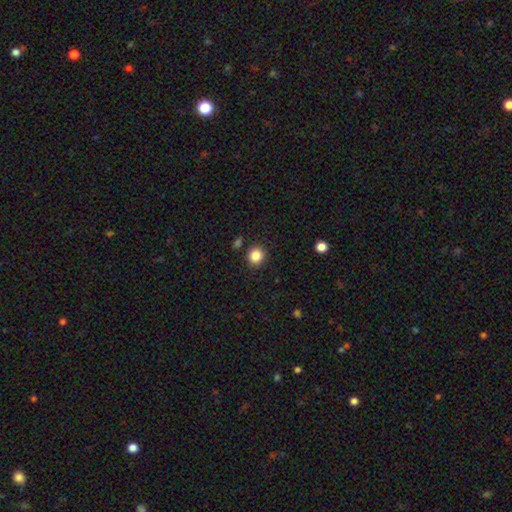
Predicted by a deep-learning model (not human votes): This is clearly a smooth galaxy (86%). How rounded: clearly round (89%). Merging: clearly none (87%).